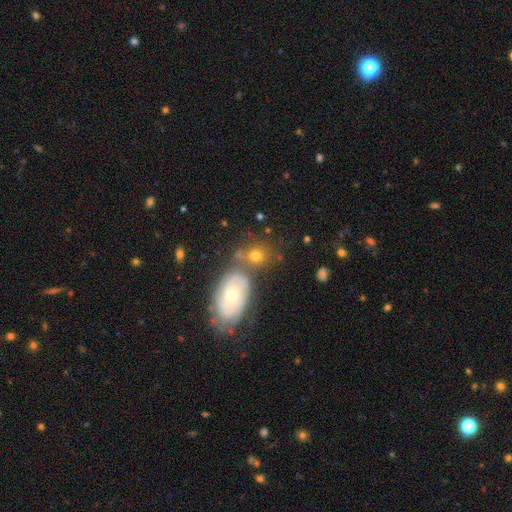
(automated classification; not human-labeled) Smooth or featured? Predicted: smooth (p=0.55). How rounded? Predicted: round (p=0.59). Merging? Predicted: none (p=0.56).